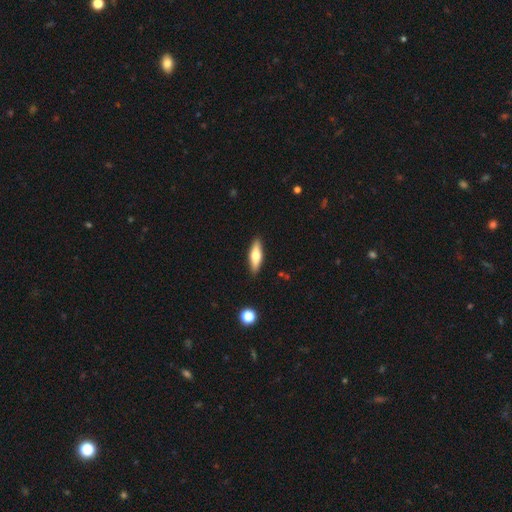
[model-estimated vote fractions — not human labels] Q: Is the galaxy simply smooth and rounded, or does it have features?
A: smooth — 61%.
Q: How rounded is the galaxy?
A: cigar-shaped — 51%.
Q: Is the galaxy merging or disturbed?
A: none — 89%.